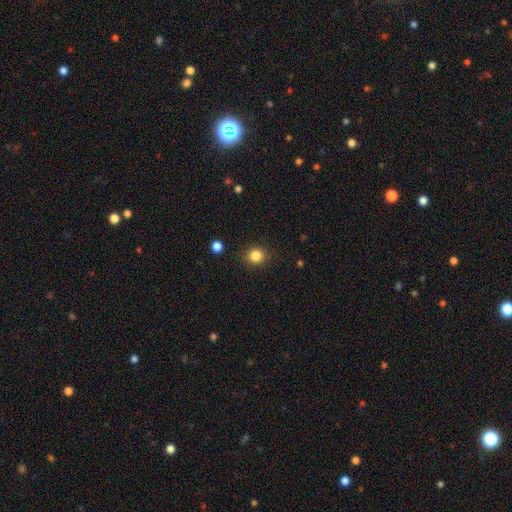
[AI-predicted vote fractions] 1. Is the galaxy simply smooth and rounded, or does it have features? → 84% smooth, 11% star or artifact, 4% featured or disk.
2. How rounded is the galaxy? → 88% round, 12% in between, 1% cigar-shaped.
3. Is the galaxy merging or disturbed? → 89% none, 7% minor disturbance, 2% major disturbance, 1% merger.